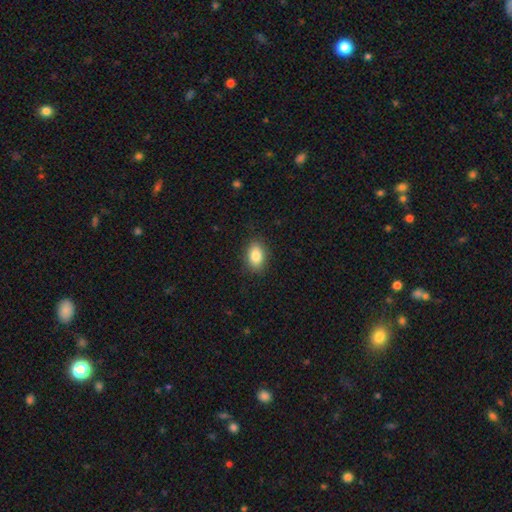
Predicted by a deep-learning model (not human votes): Overall: smooth (86%). How rounded: in between (85%). Merging: none (87%).